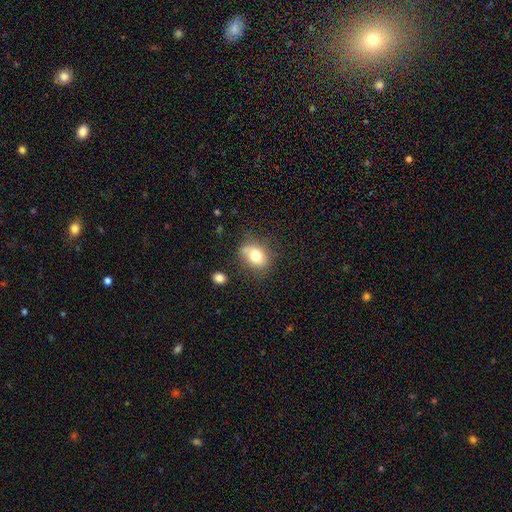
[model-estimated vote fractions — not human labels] A smooth galaxy with no disk features (76%) that is in between round and cigar-shaped (55%).

Vote fractions:
- Smooth or featured? smooth: 76% / featured or disk: 14% / star or artifact: 10%
- How rounded? in between: 55% / round: 44% / cigar-shaped: 1%
- Merging? none: 62% / minor disturbance: 22% / merger: 10% / major disturbance: 7%